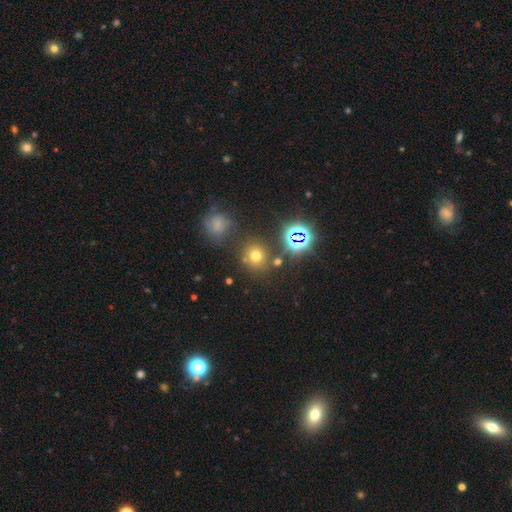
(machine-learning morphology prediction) Q: Smooth or featured?
A: smooth (62%); runner-up: star or artifact (29%)
Q: How rounded?
A: round (84%); runner-up: in between (15%)
Q: Merging?
A: none (75%); runner-up: minor disturbance (11%)